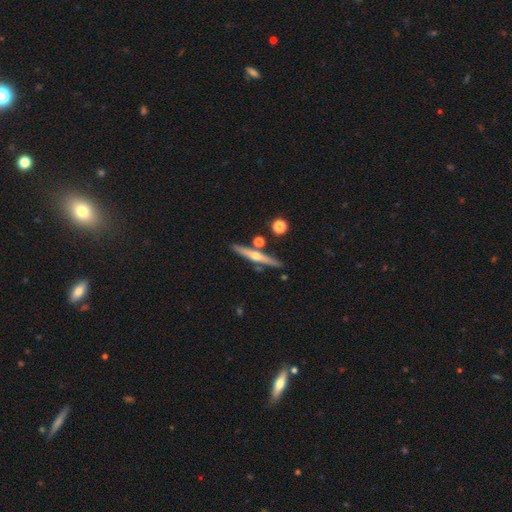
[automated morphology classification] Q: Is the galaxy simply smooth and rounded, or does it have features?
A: featured or disk — 67%.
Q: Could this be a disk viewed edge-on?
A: yes — 97%.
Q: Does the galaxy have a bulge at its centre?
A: rounded — 88%.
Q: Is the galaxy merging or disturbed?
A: none — 82%.